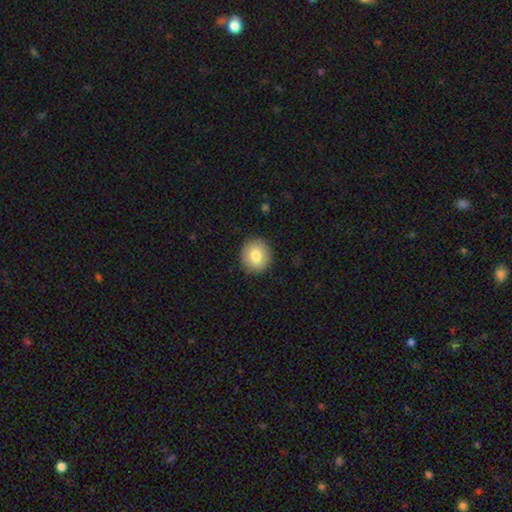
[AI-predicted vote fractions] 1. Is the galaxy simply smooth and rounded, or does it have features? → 80% smooth, 12% featured or disk, 8% star or artifact.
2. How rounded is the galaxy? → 85% round, 14% in between, 1% cigar-shaped.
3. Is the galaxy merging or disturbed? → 89% none, 8% minor disturbance, 2% major disturbance, 1% merger.